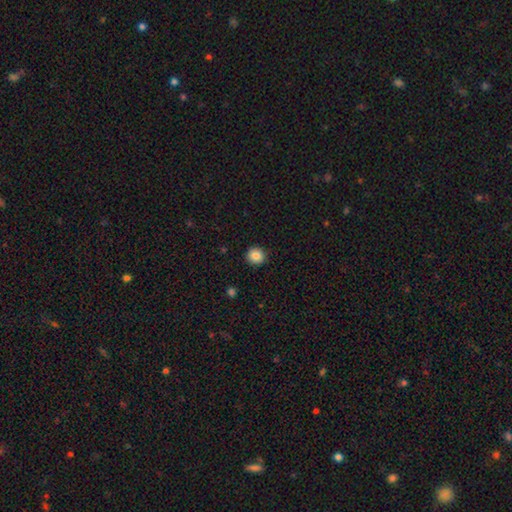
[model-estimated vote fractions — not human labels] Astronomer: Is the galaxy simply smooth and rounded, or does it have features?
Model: smooth — 85%.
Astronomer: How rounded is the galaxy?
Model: round — 91%.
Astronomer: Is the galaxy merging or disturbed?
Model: none — 92%.